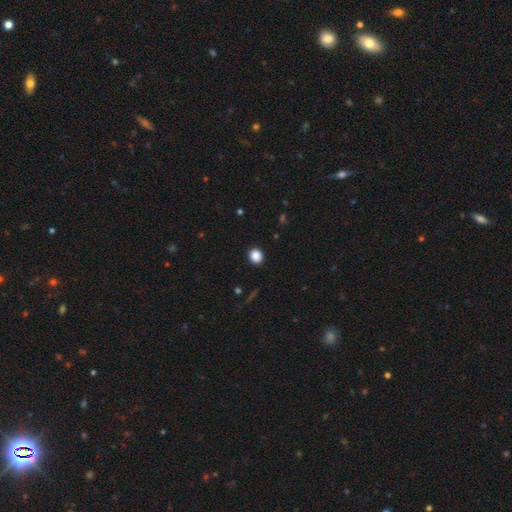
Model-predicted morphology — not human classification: This appears to be a smooth galaxy with no disk features (87%) that is round (84%). Merging: none (92%).